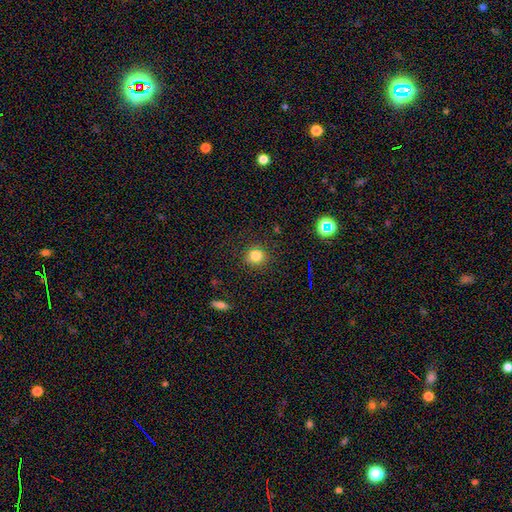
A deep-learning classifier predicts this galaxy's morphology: A smooth galaxy with no disk features (82%) that is round (90%). Merging: none (89%).